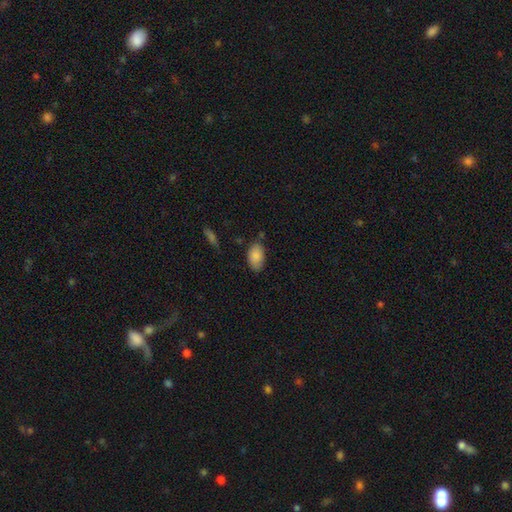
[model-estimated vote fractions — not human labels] smooth_or_featured: smooth (p=0.87) [alt: star or artifact p=0.07]
how_rounded: in between (p=0.93) [alt: round p=0.05]
merging: none (p=0.73) [alt: minor disturbance p=0.20]